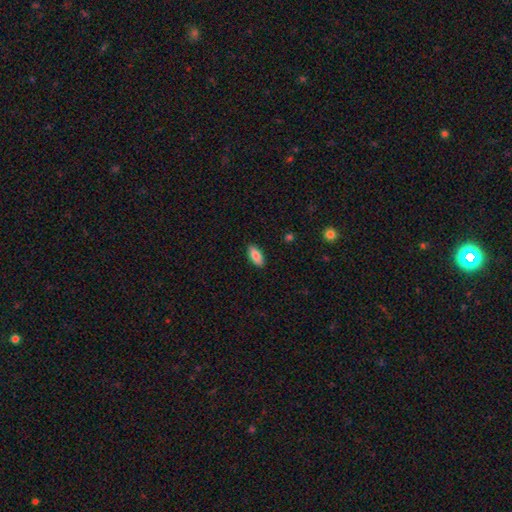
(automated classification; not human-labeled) smooth_or_featured: smooth (p=0.83) [alt: featured or disk p=0.11]
how_rounded: in between (p=0.86) [alt: cigar-shaped p=0.12]
merging: none (p=0.89) [alt: minor disturbance p=0.08]